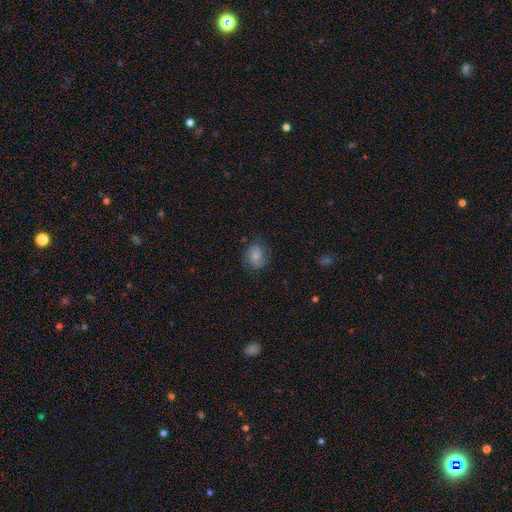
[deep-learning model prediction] Smooth or featured? Predicted: smooth (p=0.53). How rounded? Predicted: round (p=0.62). Merging? Predicted: none (p=0.72).